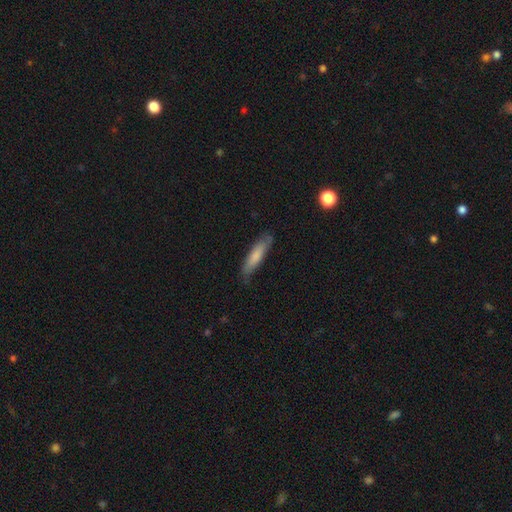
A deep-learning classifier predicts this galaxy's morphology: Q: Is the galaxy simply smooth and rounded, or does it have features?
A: smooth — 75%.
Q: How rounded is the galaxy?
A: cigar-shaped — 76%.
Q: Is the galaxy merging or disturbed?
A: none — 79%.